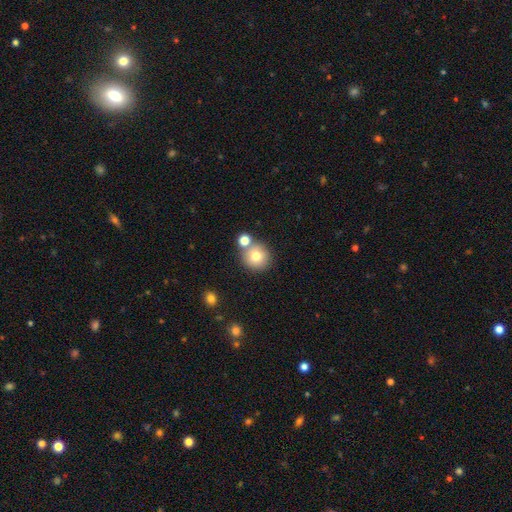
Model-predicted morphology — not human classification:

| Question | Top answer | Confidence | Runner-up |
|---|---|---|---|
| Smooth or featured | smooth | 76% | featured or disk (12%) |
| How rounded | round | 90% | in between (9%) |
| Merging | none | 68% | merger (21%) |